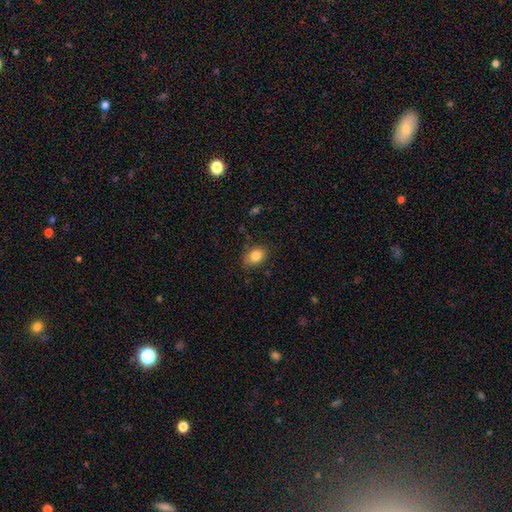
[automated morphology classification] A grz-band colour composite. It shows a smooth galaxy with no disk features (83%) that is in between round and cigar-shaped (71%). Merging: none (76%).